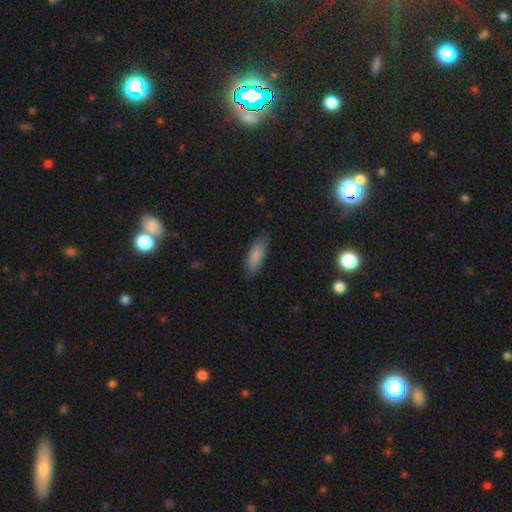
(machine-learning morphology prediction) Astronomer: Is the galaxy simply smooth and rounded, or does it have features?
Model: smooth — 86%.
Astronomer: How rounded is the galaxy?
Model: in between — 72%.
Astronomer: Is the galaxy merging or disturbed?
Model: none — 80%.